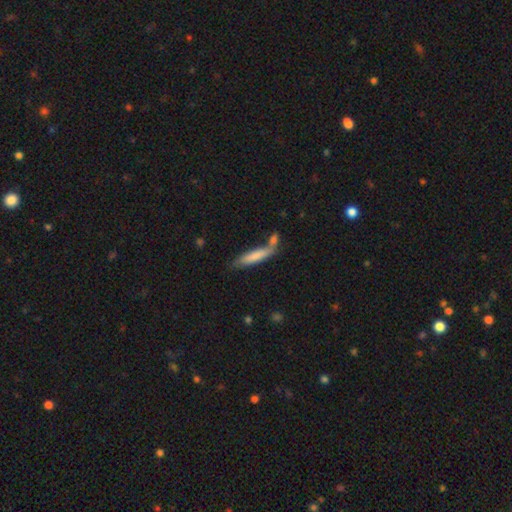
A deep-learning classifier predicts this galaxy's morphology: Smooth or featured? smooth (74%)
How rounded? cigar-shaped (82%)
Merging? none (51%)